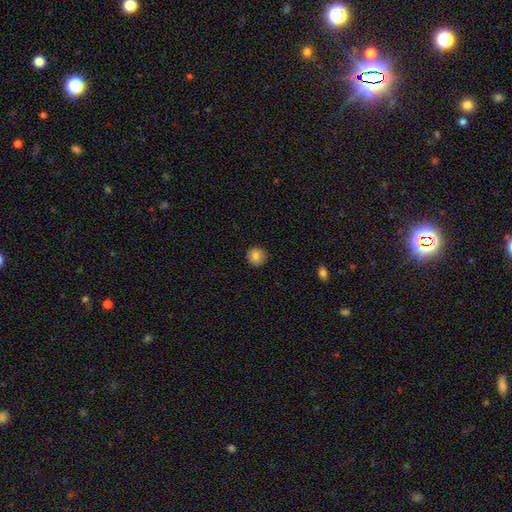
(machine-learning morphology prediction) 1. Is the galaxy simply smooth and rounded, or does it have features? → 84% smooth, 9% star or artifact, 7% featured or disk.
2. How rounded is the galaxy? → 93% round, 6% in between, 1% cigar-shaped.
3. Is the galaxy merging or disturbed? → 91% none, 6% minor disturbance, 2% major disturbance, 1% merger.